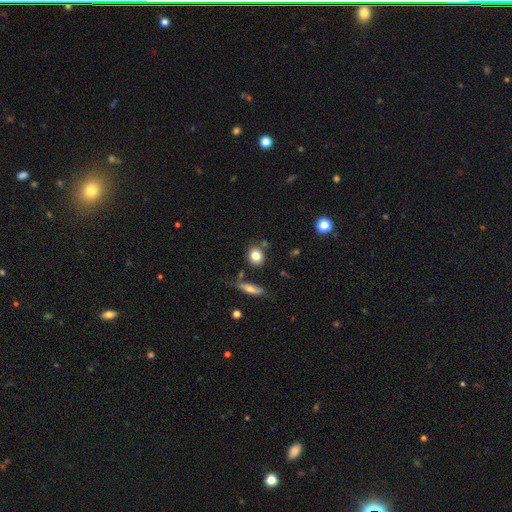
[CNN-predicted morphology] This is clearly a smooth galaxy (80%). How rounded: likely round (69%). Merging: likely none (75%).